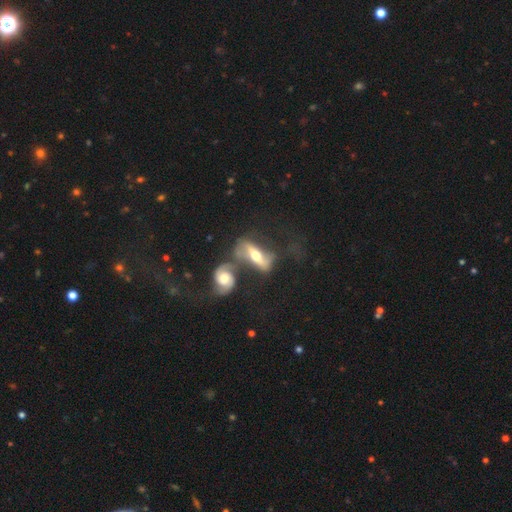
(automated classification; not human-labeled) This is likely a featured or disk galaxy (76%). It is likely not viewed edge-on (72%). Bar: marginally strong (36%). Spiral arm pattern: clearly yes (85%). Central bulge: likely moderate (69%). Merging: possibly merger (54%).